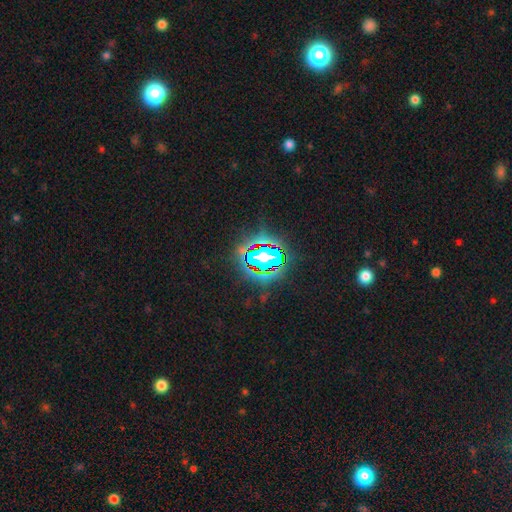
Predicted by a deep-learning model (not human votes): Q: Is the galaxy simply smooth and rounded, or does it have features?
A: star or artifact — 77%.